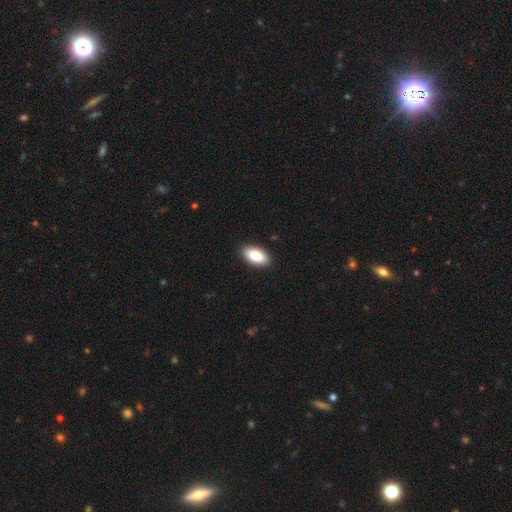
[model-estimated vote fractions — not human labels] Q: Smooth or featured?
A: smooth (83%); runner-up: featured or disk (11%)
Q: How rounded?
A: in between (94%); runner-up: cigar-shaped (3%)
Q: Merging?
A: none (90%); runner-up: minor disturbance (7%)